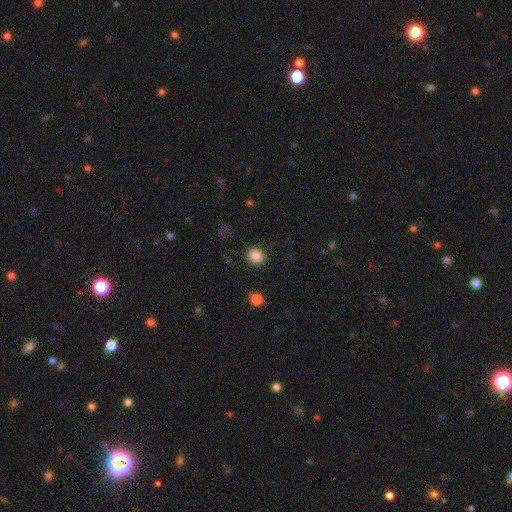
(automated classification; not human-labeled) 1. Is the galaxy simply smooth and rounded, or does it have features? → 86% smooth, 10% star or artifact, 4% featured or disk.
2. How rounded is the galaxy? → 63% round, 36% in between, 1% cigar-shaped.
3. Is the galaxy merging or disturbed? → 87% none, 9% minor disturbance, 3% major disturbance, 1% merger.